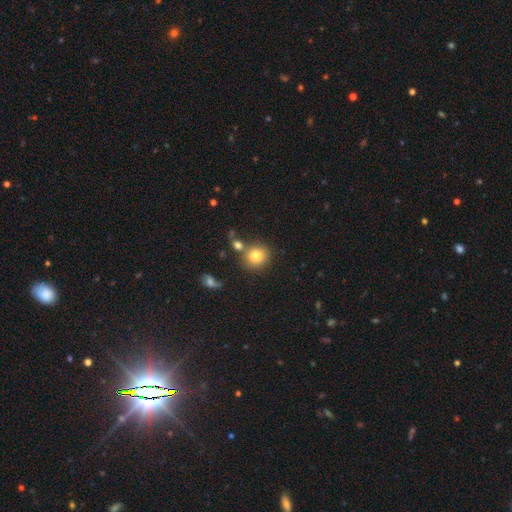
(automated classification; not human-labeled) A smooth galaxy with no disk features (80%) that is round (86%). Merging: none (72%).